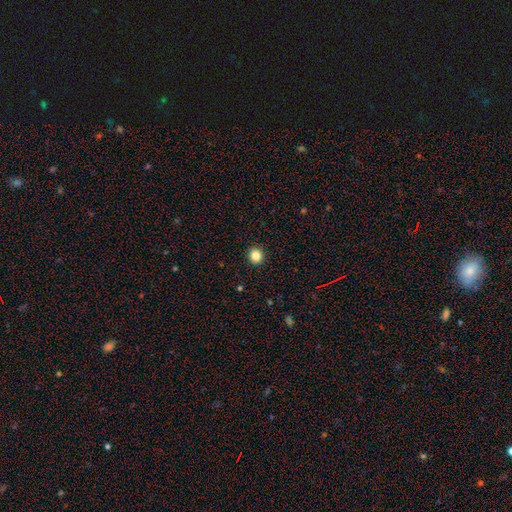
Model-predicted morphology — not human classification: The model was most divided on "smooth or featured": smooth: 85%, star or artifact: 11%, featured or disk: 4%. More confident: merging — none (93%); how rounded — round (89%).